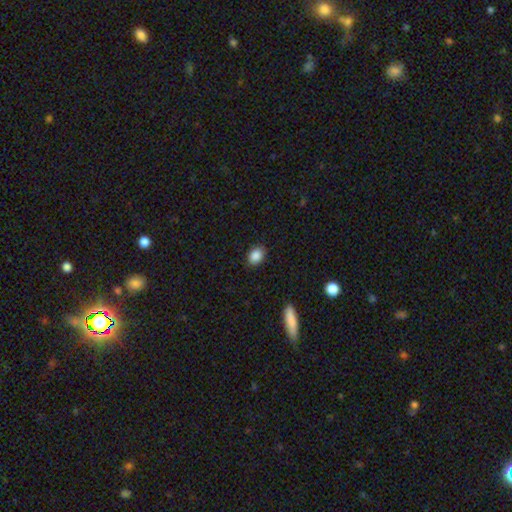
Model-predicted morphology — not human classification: The model was most divided on "how rounded": in between: 69%, round: 29%, cigar-shaped: 1%. More confident: merging — none (88%); smooth or featured — smooth (88%).